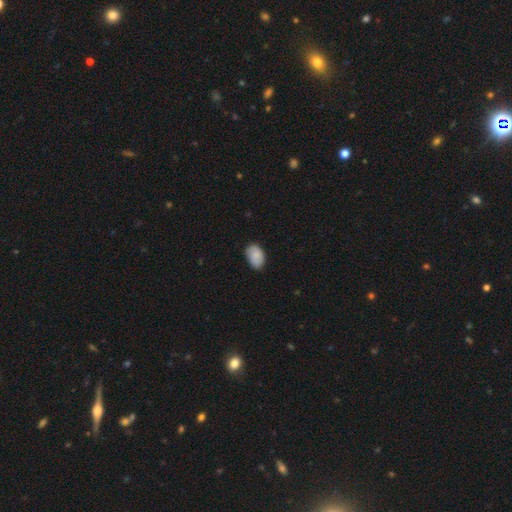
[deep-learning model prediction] Smooth or featured? Predicted: smooth (p=0.83). How rounded? Predicted: in between (p=0.88). Merging? Predicted: none (p=0.73).